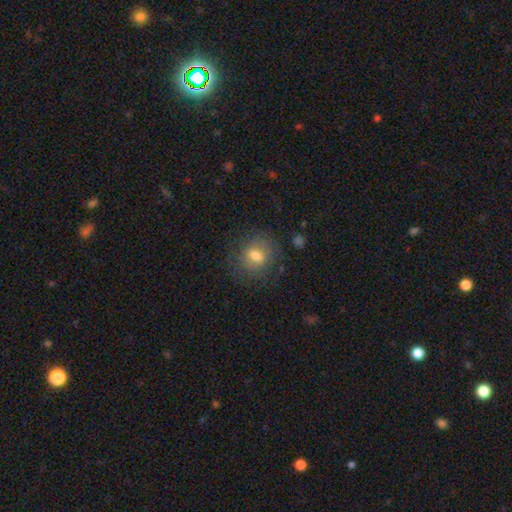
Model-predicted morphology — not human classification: A smooth galaxy with no disk features (65%) that is round (76%).

Vote fractions:
- Smooth or featured? smooth: 65% / featured or disk: 24% / star or artifact: 11%
- How rounded? round: 76% / in between: 23% / cigar-shaped: 1%
- Merging? none: 75% / minor disturbance: 15% / major disturbance: 8% / merger: 1%